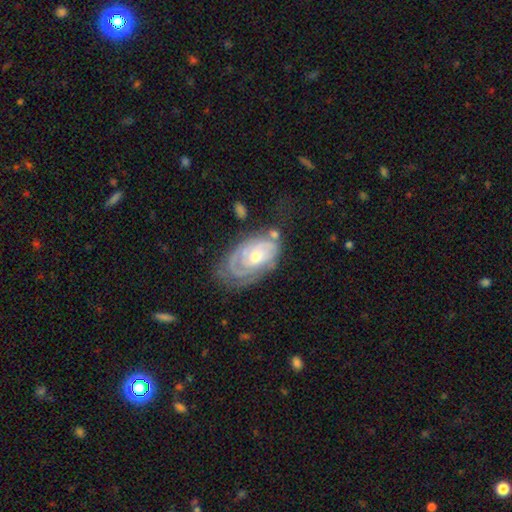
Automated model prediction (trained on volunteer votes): Overall: featured or disk (80%). Edge-on disk: no (95%). Bar: no (71%). Spiral arms: yes (90%). Spiral arm count: can't tell (36%; 2 33%). Spiral winding: tight (72%). Bulge size: moderate (52%; small 43%). Merging: none (55%; minor disturbance 24%).